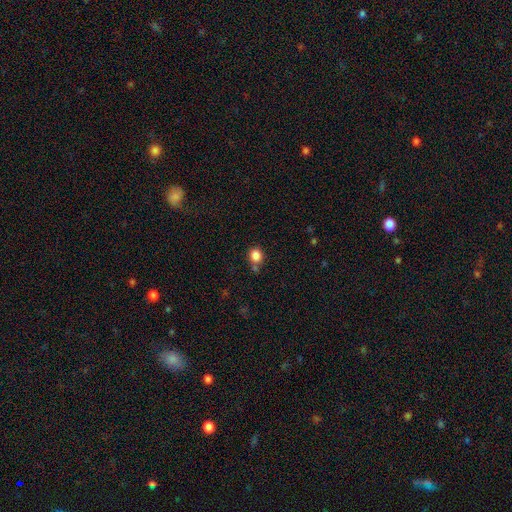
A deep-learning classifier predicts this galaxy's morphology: smooth 85%, star or artifact 11%, featured or disk 5%. Down the decision tree: how rounded — round (70%); merging — none (66%).